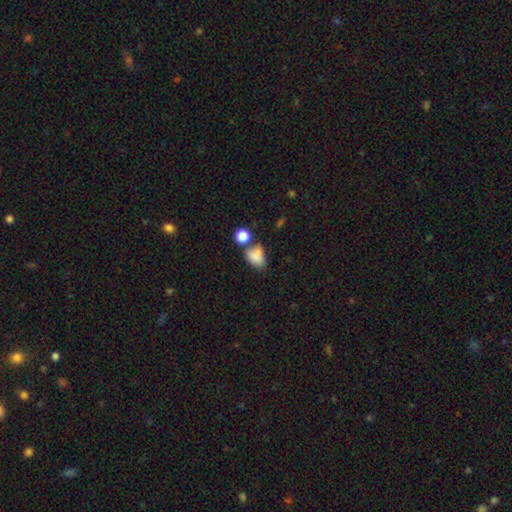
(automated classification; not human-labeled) The model was most divided on "merging": none: 41%, merger: 28%, minor disturbance: 22%, major disturbance: 10%. More confident: smooth or featured — smooth (82%); how rounded — in between (76%).